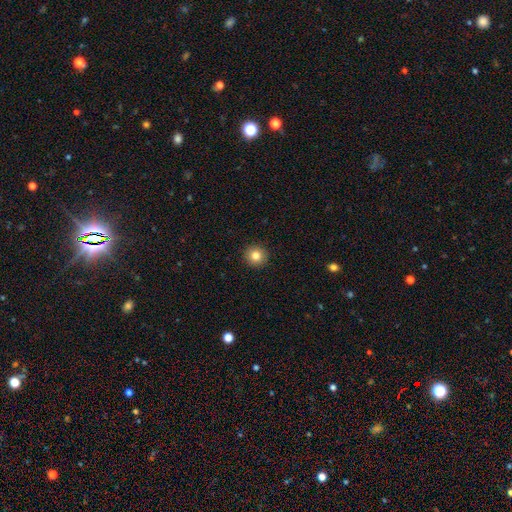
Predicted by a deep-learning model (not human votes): smooth 83%, star or artifact 10%, featured or disk 6%. Down the decision tree: how rounded — round (94%); merging — none (93%).